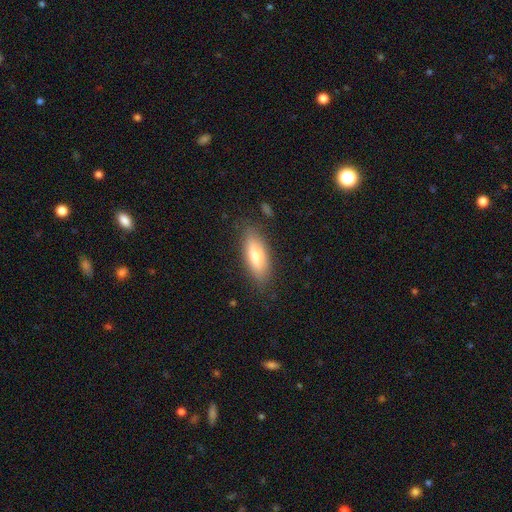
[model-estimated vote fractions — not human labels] Smooth or featured?
  - smooth: 74% *
  - featured or disk: 20%
  - star or artifact: 7%
How rounded?
  - in between: 64% *
  - cigar-shaped: 34%
  - round: 2%
Merging?
  - none: 83% *
  - minor disturbance: 12%
  - major disturbance: 3%
  - merger: 2%